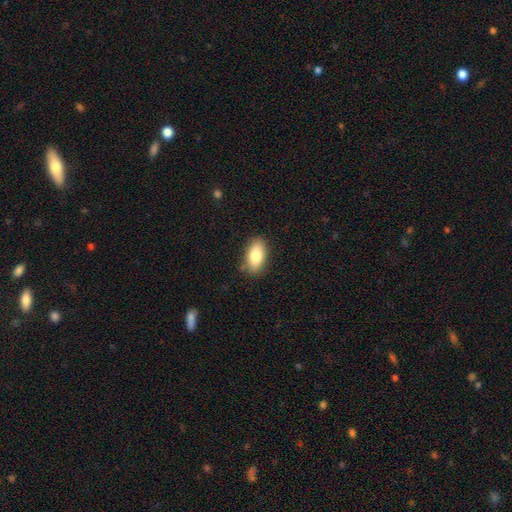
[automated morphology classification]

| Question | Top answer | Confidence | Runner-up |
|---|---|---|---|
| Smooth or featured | smooth | 82% | featured or disk (11%) |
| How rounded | in between | 92% | cigar-shaped (4%) |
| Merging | none | 85% | minor disturbance (11%) |